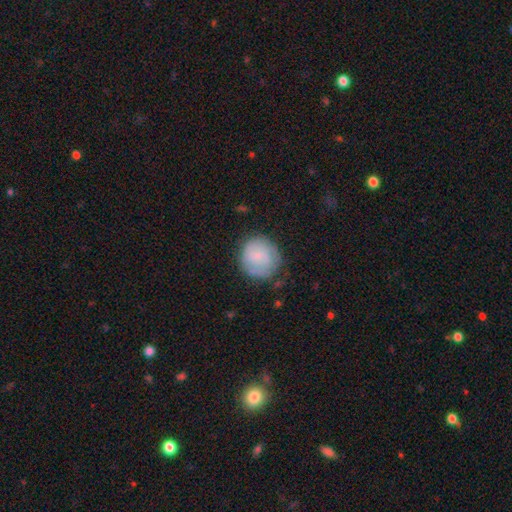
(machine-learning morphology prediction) The model was most divided on "smooth or featured": smooth: 63%, featured or disk: 30%, star or artifact: 7%. More confident: how rounded — round (88%); merging — none (73%).